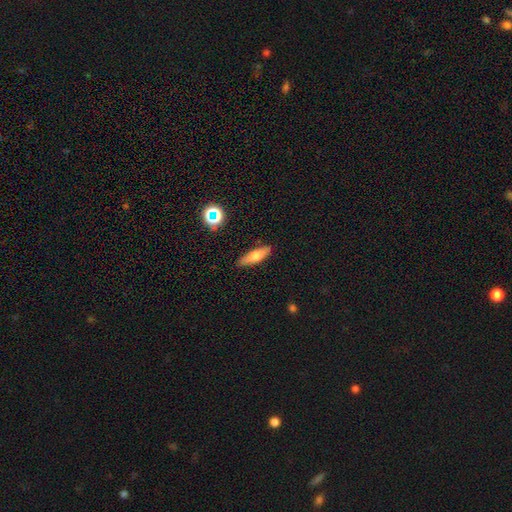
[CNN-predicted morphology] The model was most divided on "how rounded": cigar-shaped: 57%, in between: 40%, round: 3%. More confident: merging — none (88%); smooth or featured — smooth (57%).